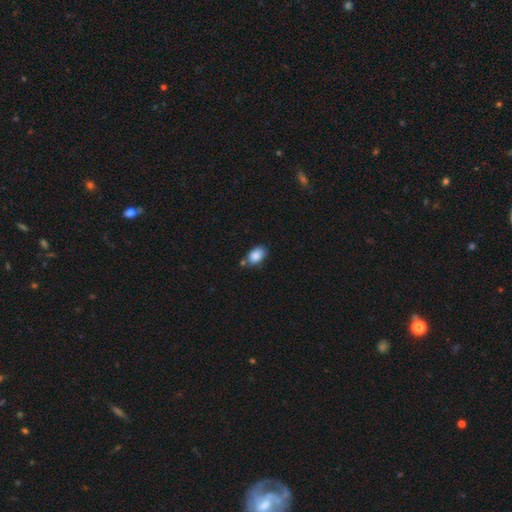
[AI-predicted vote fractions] A smooth galaxy with no disk features (87%) that is in between round and cigar-shaped (88%).

Vote fractions:
- Smooth or featured? smooth: 87% / star or artifact: 7% / featured or disk: 6%
- How rounded? in between: 88% / round: 11% / cigar-shaped: 1%
- Merging? none: 66% / minor disturbance: 20% / merger: 10% / major disturbance: 4%